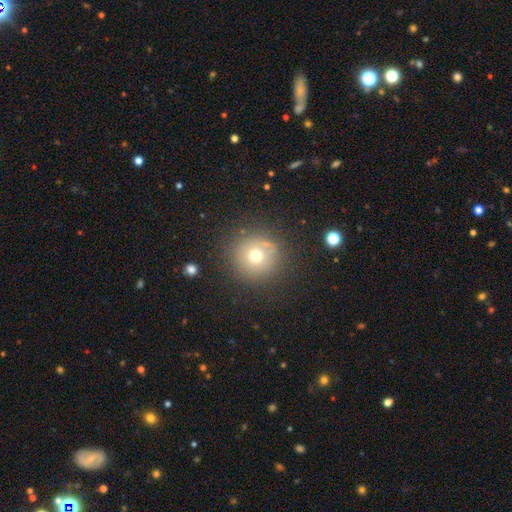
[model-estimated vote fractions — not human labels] Smooth or featured: smooth — 66% (star or artifact — 18%)
How rounded: round — 94% (in between — 5%)
Merging: none — 82% (minor disturbance — 11%)